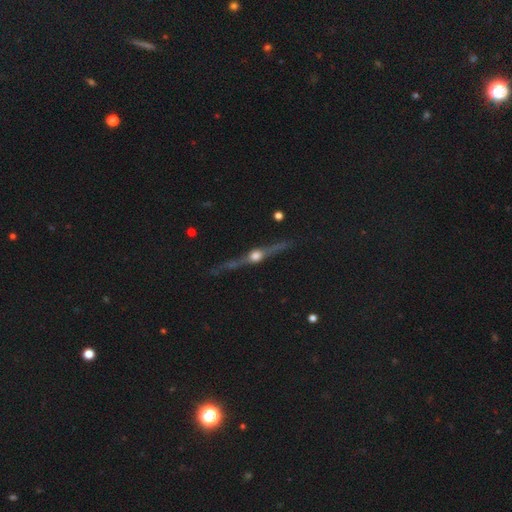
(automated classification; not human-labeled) Overall: featured or disk (85%). Edge-on disk: yes (97%). Edge-on bulge: rounded (95%). Merging: none (86%).